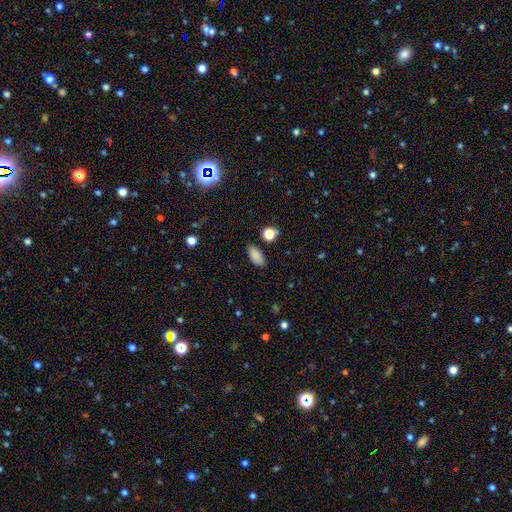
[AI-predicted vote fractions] This appears to be a smooth galaxy with no disk features (86%) that is in between round and cigar-shaped (90%). Merging: none (84%).